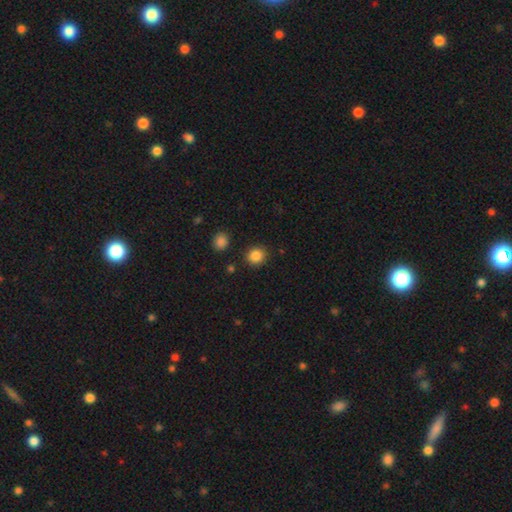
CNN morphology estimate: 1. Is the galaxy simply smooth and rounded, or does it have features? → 86% smooth, 10% star or artifact, 4% featured or disk.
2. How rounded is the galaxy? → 86% round, 13% in between, 1% cigar-shaped.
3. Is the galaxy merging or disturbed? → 88% none, 7% minor disturbance, 2% major disturbance, 2% merger.